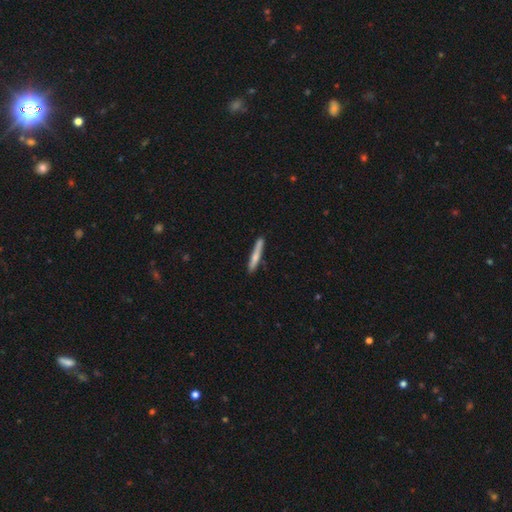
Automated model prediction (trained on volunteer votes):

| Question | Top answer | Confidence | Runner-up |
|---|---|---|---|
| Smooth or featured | smooth | 63% | featured or disk (32%) |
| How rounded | cigar-shaped | 95% | in between (4%) |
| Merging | none | 83% | minor disturbance (12%) |